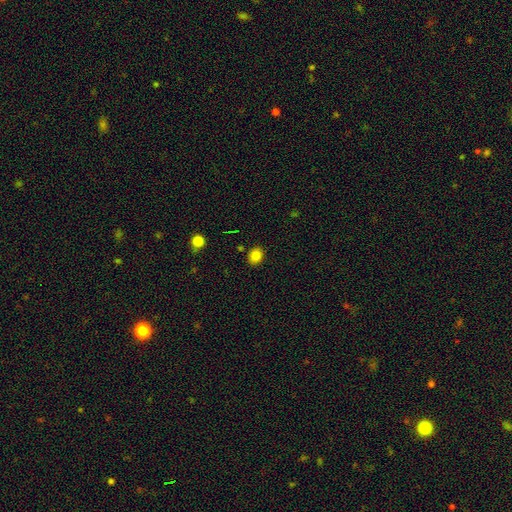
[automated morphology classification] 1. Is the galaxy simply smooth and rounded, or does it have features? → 82% smooth, 11% star or artifact, 6% featured or disk.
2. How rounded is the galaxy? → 50% in between, 49% round, 1% cigar-shaped.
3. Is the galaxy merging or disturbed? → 87% none, 9% minor disturbance, 2% major disturbance, 2% merger.